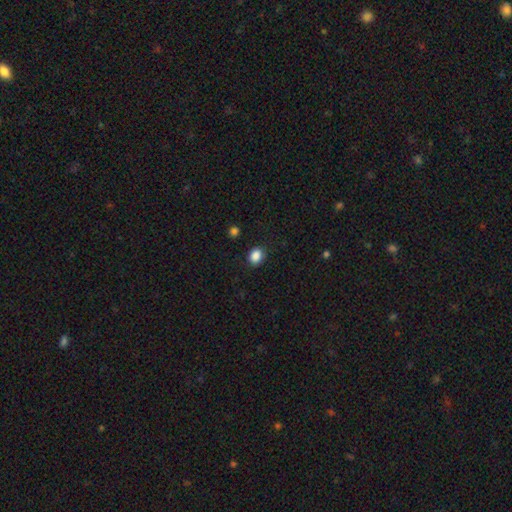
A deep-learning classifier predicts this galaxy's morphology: type=smooth (87%); roundness=in between (50%); merging=none (86%).